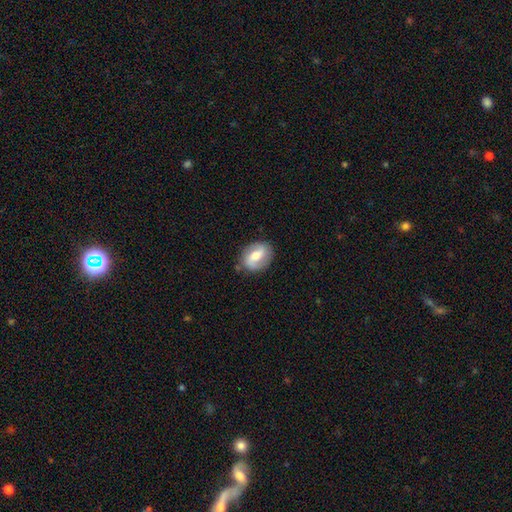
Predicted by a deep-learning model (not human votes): Overall: featured or disk (54%; smooth 39%). Edge-on disk: no (95%). Bar: weak (42%; strong 32%). Spiral arms: yes (74%). Bulge size: moderate (68%). Merging: none (80%).